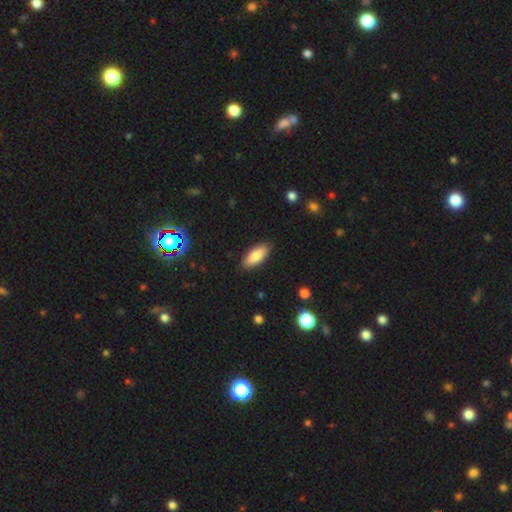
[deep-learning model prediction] Smooth or featured?
  - smooth: 83% *
  - featured or disk: 11%
  - star or artifact: 6%
How rounded?
  - in between: 78% *
  - cigar-shaped: 20%
  - round: 2%
Merging?
  - none: 88% *
  - minor disturbance: 9%
  - major disturbance: 2%
  - merger: 1%